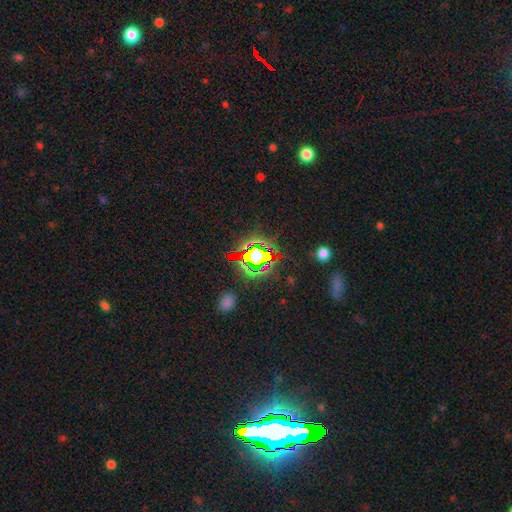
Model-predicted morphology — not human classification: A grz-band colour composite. It shows a star or artifact, not a galaxy (71%).